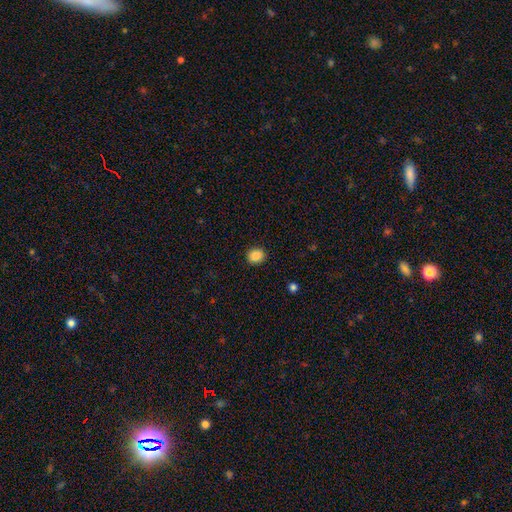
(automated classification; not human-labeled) A smooth galaxy with no disk features (87%) that is round (74%).

Vote fractions:
- Smooth or featured? smooth: 87% / star or artifact: 9% / featured or disk: 3%
- How rounded? round: 74% / in between: 25% / cigar-shaped: 1%
- Merging? none: 90% / minor disturbance: 7% / major disturbance: 2% / merger: 1%